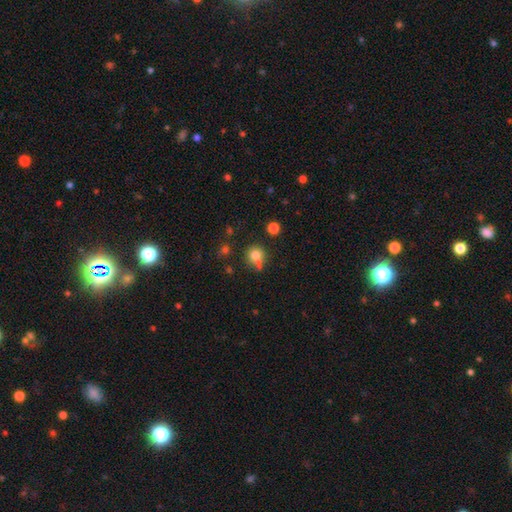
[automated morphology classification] smooth_or_featured: smooth (p=0.76) [alt: star or artifact p=0.13]
how_rounded: round (p=0.76) [alt: in between p=0.23]
merging: none (p=0.49) [alt: minor disturbance p=0.23]